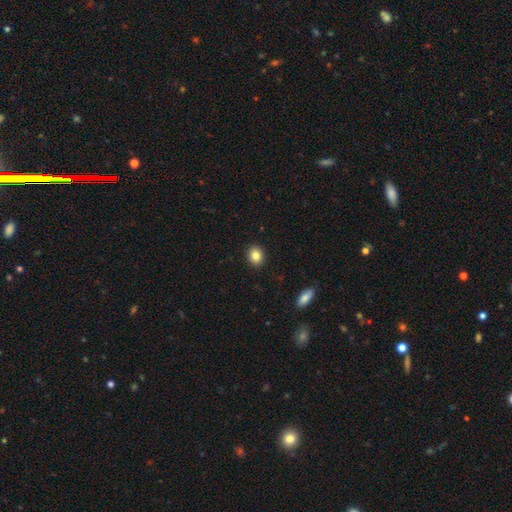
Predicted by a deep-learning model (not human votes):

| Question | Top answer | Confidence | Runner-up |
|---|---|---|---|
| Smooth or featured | smooth | 84% | star or artifact (9%) |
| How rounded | round | 59% | in between (40%) |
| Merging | none | 91% | minor disturbance (6%) |